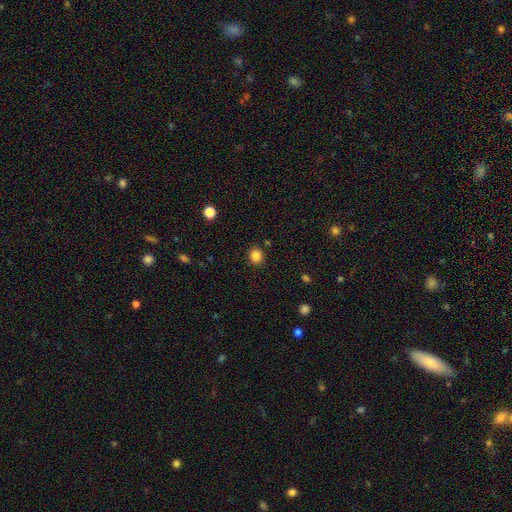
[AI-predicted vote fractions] Q: Smooth or featured?
A: smooth (85%); runner-up: star or artifact (12%)
Q: How rounded?
A: round (81%); runner-up: in between (19%)
Q: Merging?
A: none (88%); runner-up: minor disturbance (8%)